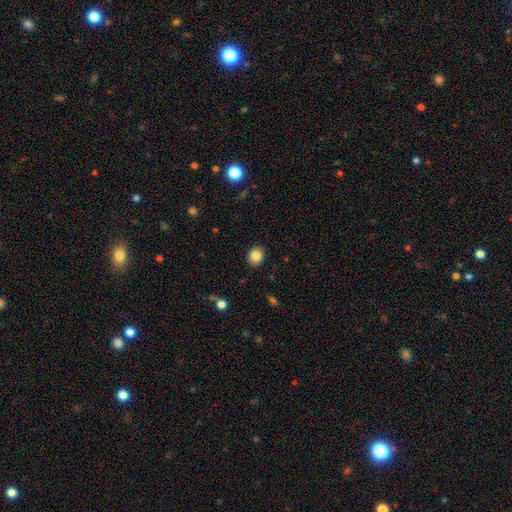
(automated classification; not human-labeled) Overall: smooth (84%). How rounded: round (63%; in between 36%). Merging: none (90%).